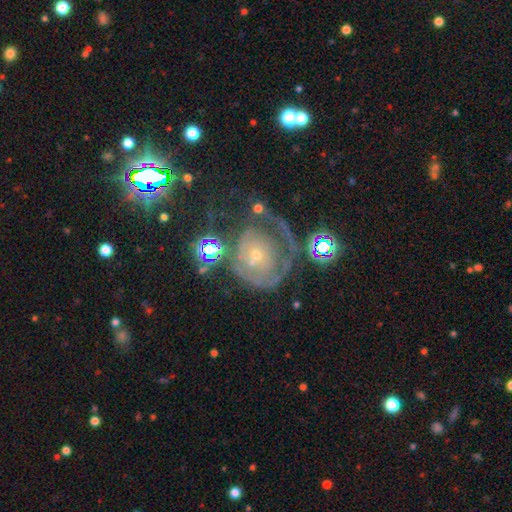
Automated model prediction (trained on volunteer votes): smooth-or-featured: featured or disk: 68% | smooth: 19% | star or artifact: 13%
  disk-edge-on: no: 97% | yes: 3%
    bar: no: 81% | weak: 14% | strong: 5%
    has-spiral-arms: yes: 63% | no: 37%
    bulge-size: small: 75% | moderate: 19% | none: 3% | large: 2% | dominant: 1%
  merging: none: 41% | major disturbance: 29% | minor disturbance: 19% | merger: 12%